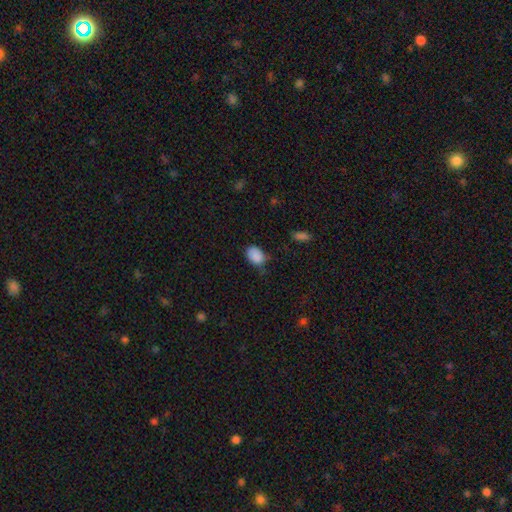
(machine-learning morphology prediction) smooth 87%, star or artifact 9%, featured or disk 4%. Down the decision tree: how rounded — in between (78%); merging — none (55%).